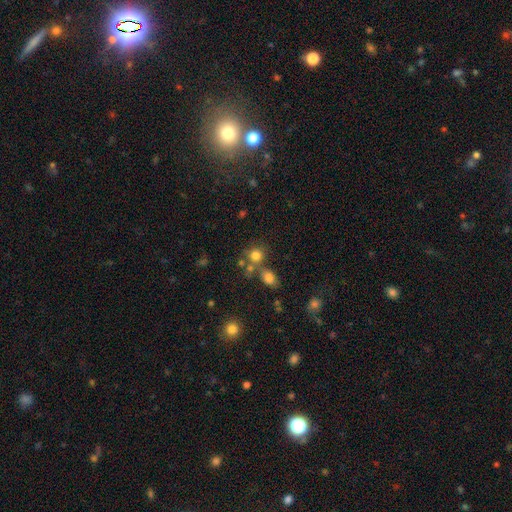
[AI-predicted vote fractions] smooth 78%, star or artifact 14%, featured or disk 8%. Down the decision tree: how rounded — round (80%); merging — none (57%).